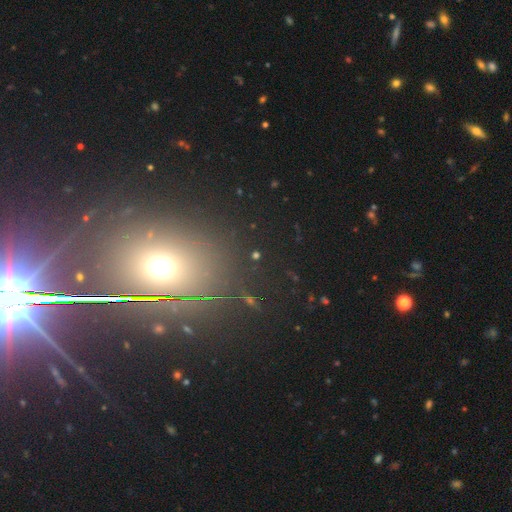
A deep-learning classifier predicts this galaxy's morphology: A star or artifact, not a galaxy (57%).

Vote fractions:
- Smooth or featured? star or artifact: 57% / smooth: 31% / featured or disk: 12%